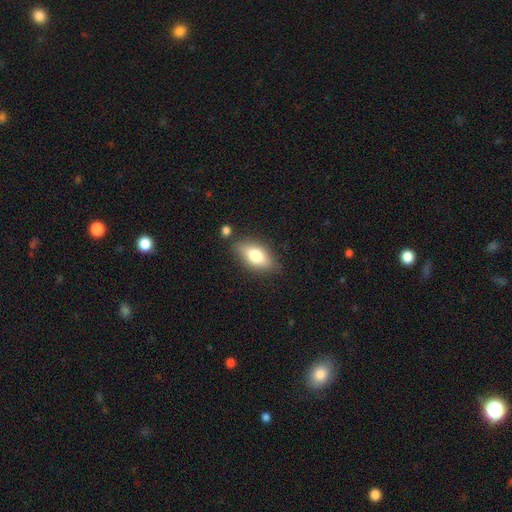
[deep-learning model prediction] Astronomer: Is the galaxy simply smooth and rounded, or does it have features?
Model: smooth — 71%.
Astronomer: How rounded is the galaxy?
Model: in between — 84%.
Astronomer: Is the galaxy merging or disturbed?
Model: none — 76%.